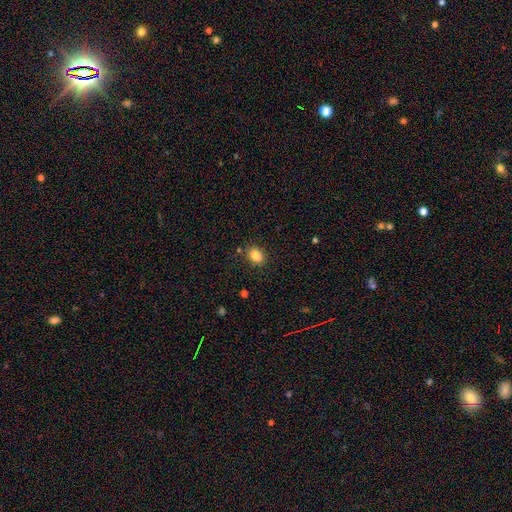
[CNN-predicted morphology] Smooth or featured? smooth (84%)
How rounded? in between (64%)
Merging? none (85%)